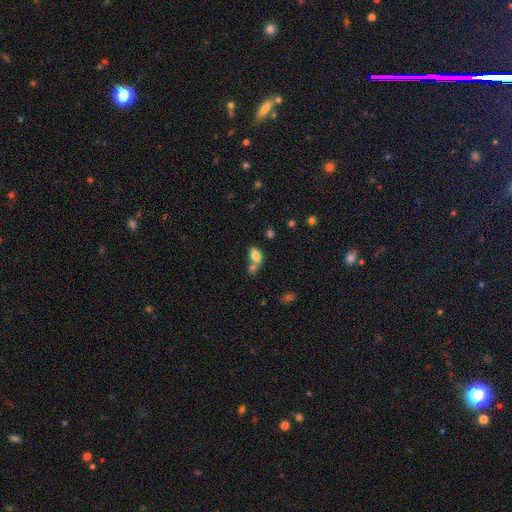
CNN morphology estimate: Q: Smooth or featured?
A: smooth (79%); runner-up: featured or disk (11%)
Q: How rounded?
A: in between (86%); runner-up: round (11%)
Q: Merging?
A: merger (52%); runner-up: none (33%)